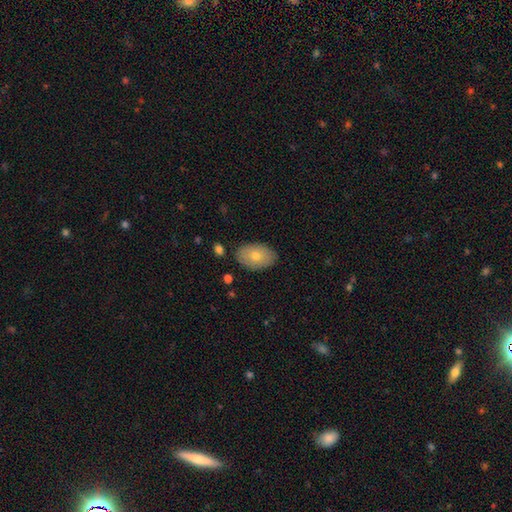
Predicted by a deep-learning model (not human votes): smooth_or_featured: smooth (p=0.75) [alt: featured or disk p=0.19]
how_rounded: in between (p=0.89) [alt: round p=0.09]
merging: none (p=0.85) [alt: minor disturbance p=0.11]